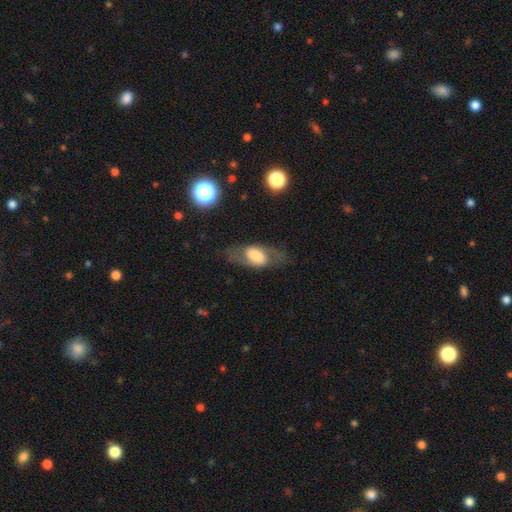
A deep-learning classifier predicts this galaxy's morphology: smooth_or_featured: featured or disk (p=0.51) [alt: smooth p=0.41]
disk_edge_on: no (p=0.83) [alt: yes p=0.17]
merging: none (p=0.69) [alt: minor disturbance p=0.17]